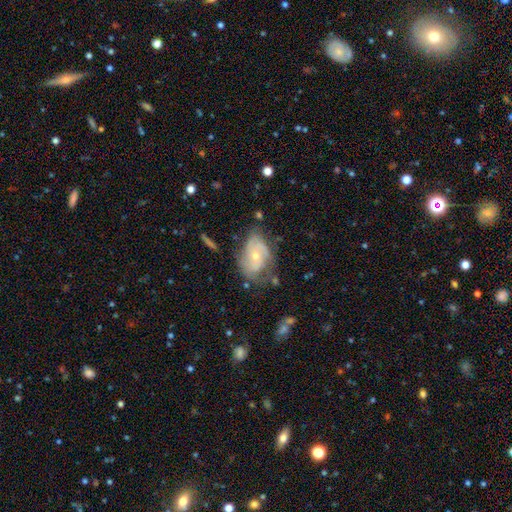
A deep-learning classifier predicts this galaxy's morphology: Smooth or featured? Predicted: featured or disk (p=0.65). Edge-on disk? Predicted: no (p=0.96). Bar? Predicted: no (p=0.73). Spiral arms? Predicted: yes (p=0.77). Bulge size? Predicted: small (p=0.56). Merging? Predicted: none (p=0.49).